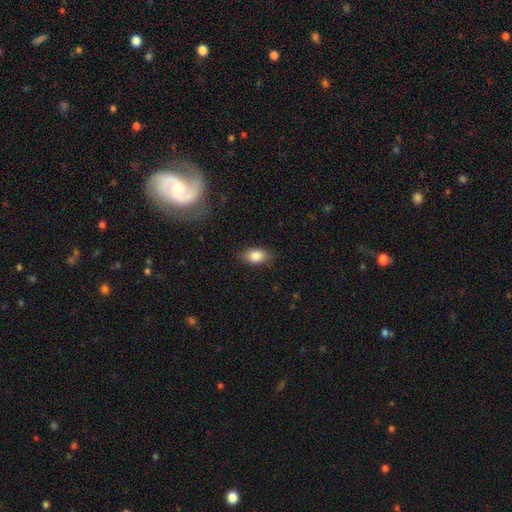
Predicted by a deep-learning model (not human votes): This is clearly a smooth galaxy (85%). How rounded: clearly in between (87%). Merging: clearly none (82%).